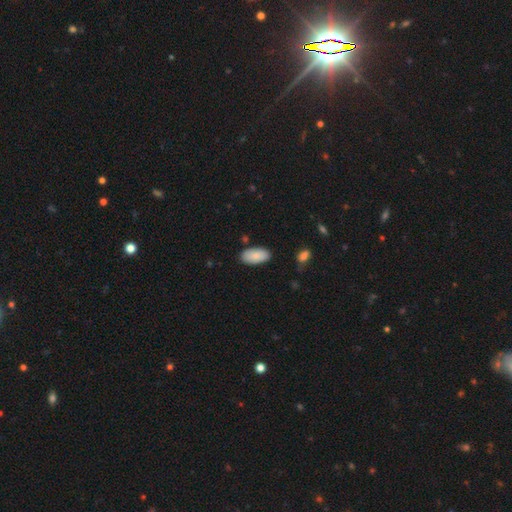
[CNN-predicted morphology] Smooth or featured: smooth — 87% (featured or disk — 7%)
How rounded: in between — 94% (cigar-shaped — 4%)
Merging: none — 85% (minor disturbance — 11%)